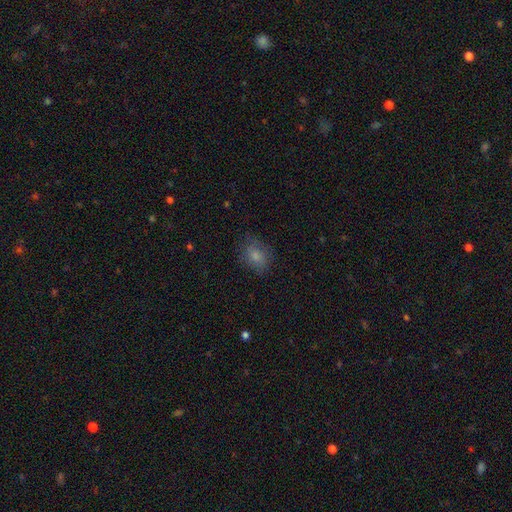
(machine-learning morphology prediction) Q: Smooth or featured?
A: smooth (80%); runner-up: featured or disk (11%)
Q: How rounded?
A: in between (61%); runner-up: round (38%)
Q: Merging?
A: none (74%); runner-up: minor disturbance (19%)